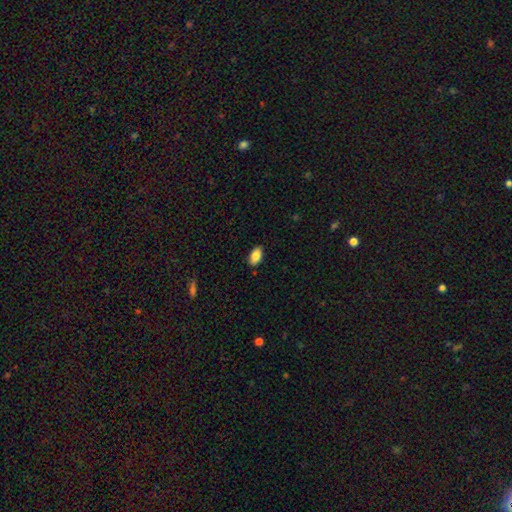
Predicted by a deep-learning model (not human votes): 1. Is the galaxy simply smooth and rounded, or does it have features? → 86% smooth, 7% star or artifact, 7% featured or disk.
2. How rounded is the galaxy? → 93% in between, 5% round, 2% cigar-shaped.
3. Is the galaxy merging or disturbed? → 87% none, 10% minor disturbance, 2% major disturbance, 1% merger.